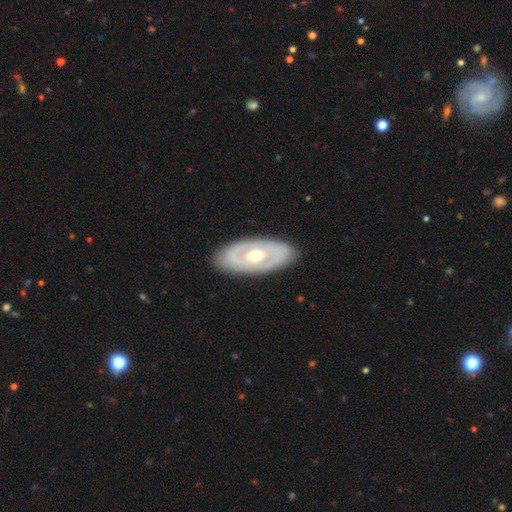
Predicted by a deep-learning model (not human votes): Smooth or featured: featured or disk — 63% (smooth — 32%)
Edge-on disk: no — 86% (yes — 14%)
Bar: no — 86% (weak — 10%)
Spiral arms: no — 84% (yes — 16%)
Bulge size: moderate — 76% (small — 11%)
Merging: none — 85% (minor disturbance — 11%)